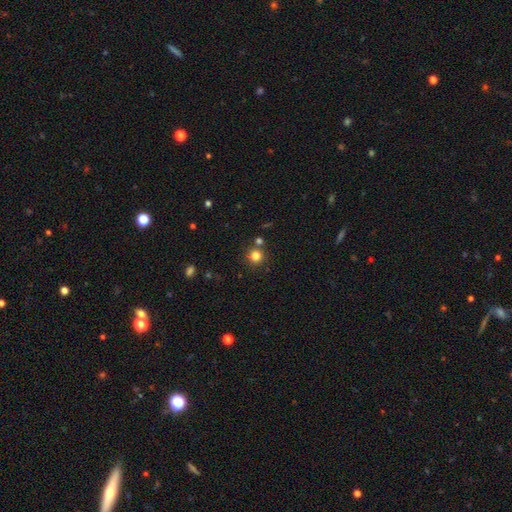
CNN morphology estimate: Overall: smooth (81%). How rounded: round (93%). Merging: none (78%).